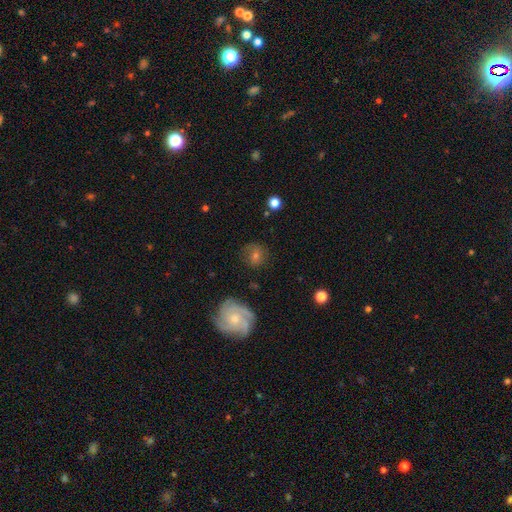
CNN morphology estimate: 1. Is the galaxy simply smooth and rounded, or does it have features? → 44% featured or disk, 42% smooth, 14% star or artifact.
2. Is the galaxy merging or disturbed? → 78% none, 14% minor disturbance, 6% major disturbance, 2% merger.